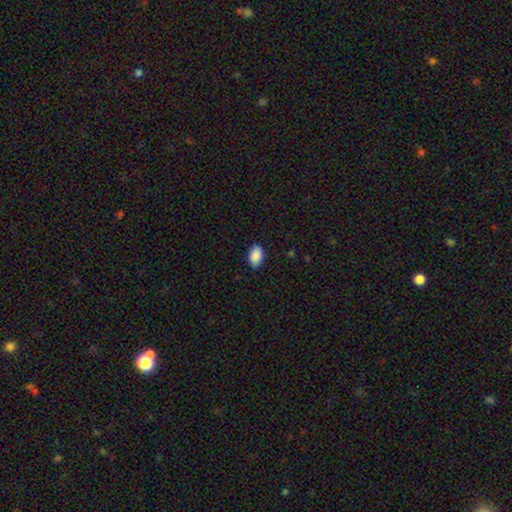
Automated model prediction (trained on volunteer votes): The model was most divided on "merging": none: 87%, minor disturbance: 10%, major disturbance: 2%, merger: 1%. More confident: how rounded — in between (92%); smooth or featured — smooth (89%).